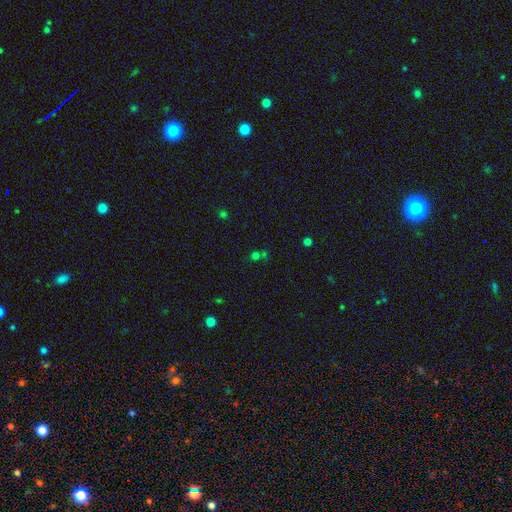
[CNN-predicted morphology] Smooth or featured? smooth (53%)
How rounded? round (82%)
Merging? none (59%)